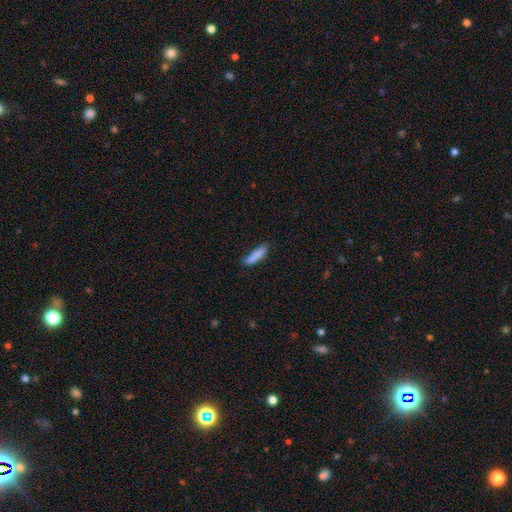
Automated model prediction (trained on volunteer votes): smooth 85%, featured or disk 8%, star or artifact 7%. Down the decision tree: how rounded — cigar-shaped (76%); merging — none (73%).